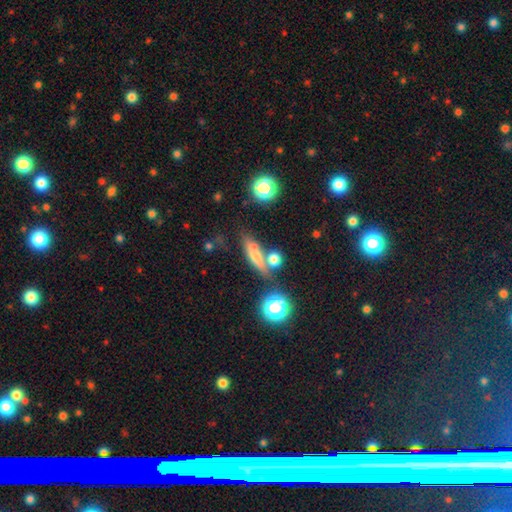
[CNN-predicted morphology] smooth_or_featured: smooth (p=0.54) [alt: featured or disk p=0.30]
how_rounded: cigar-shaped (p=0.63) [alt: in between p=0.26]
merging: none (p=0.65) [alt: merger p=0.16]